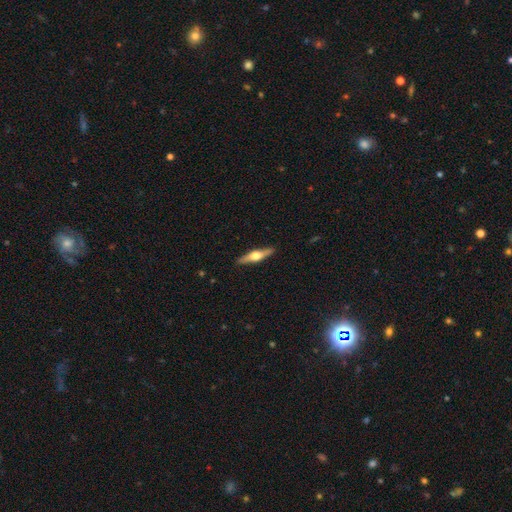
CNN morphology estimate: Smooth or featured? Predicted: featured or disk (p=0.68). Edge-on disk? Predicted: yes (p=0.97). Edge-on bulge? Predicted: rounded (p=0.94). Merging? Predicted: none (p=0.90).